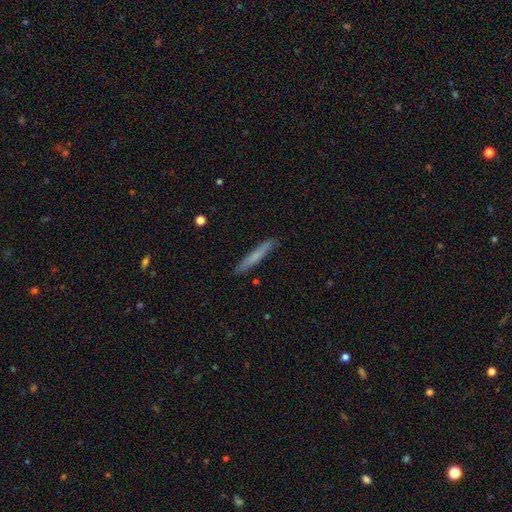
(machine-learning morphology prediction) Overall: smooth (65%; featured or disk 29%). How rounded: cigar-shaped (96%). Merging: none (89%).